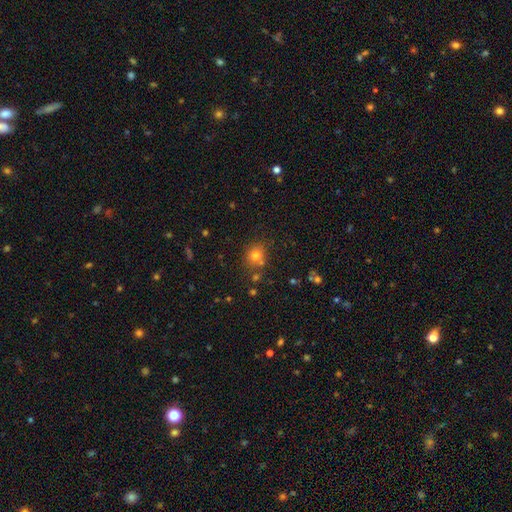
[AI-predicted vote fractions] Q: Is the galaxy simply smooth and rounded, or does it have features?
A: smooth — 75%.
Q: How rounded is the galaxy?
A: round — 83%.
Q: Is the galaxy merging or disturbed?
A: none — 70%.